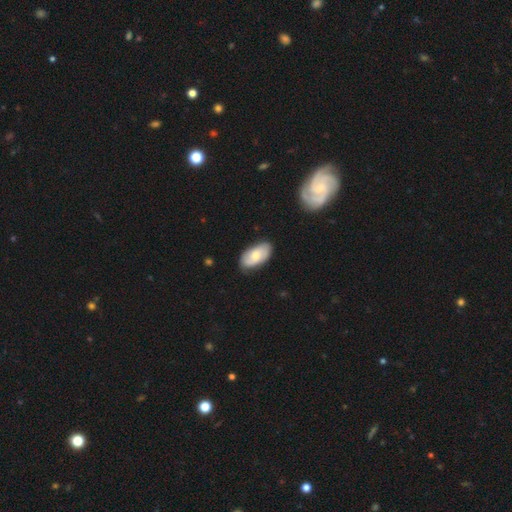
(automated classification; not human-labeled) Smooth or featured: smooth — 58% (featured or disk — 36%)
How rounded: in between — 94% (round — 3%)
Merging: none — 82% (minor disturbance — 14%)